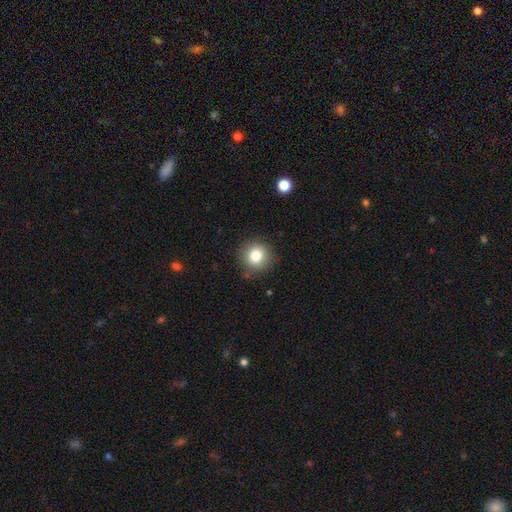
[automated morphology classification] smooth_or_featured: smooth (p=0.81) [alt: star or artifact p=0.11]
how_rounded: round (p=0.93) [alt: in between p=0.06]
merging: none (p=0.88) [alt: minor disturbance p=0.08]